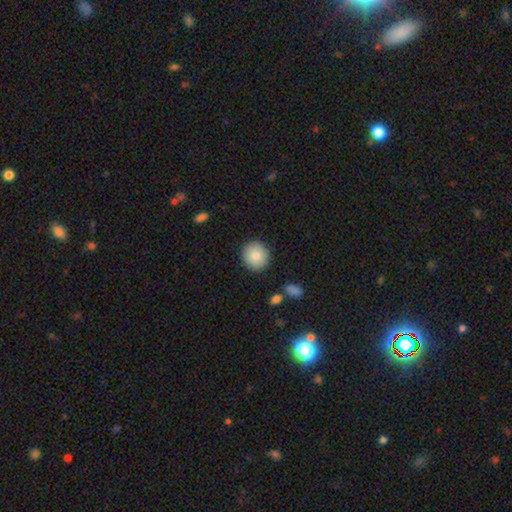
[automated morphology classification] Q: Smooth or featured?
A: smooth (83%); runner-up: featured or disk (9%)
Q: How rounded?
A: round (89%); runner-up: in between (10%)
Q: Merging?
A: none (89%); runner-up: minor disturbance (7%)